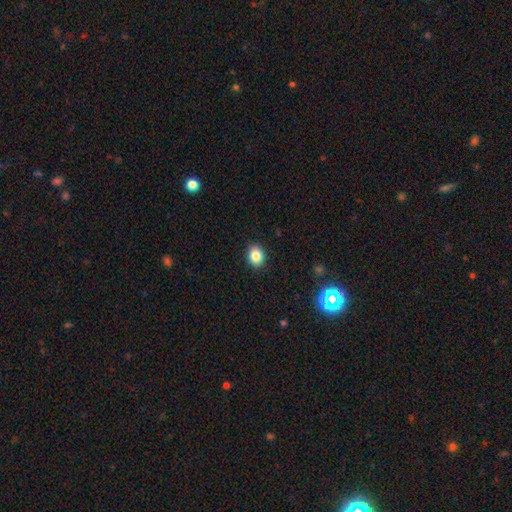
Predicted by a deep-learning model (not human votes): The model was most divided on "how rounded": in between: 50%, round: 49%, cigar-shaped: 1%. More confident: merging — none (90%); smooth or featured — smooth (84%).